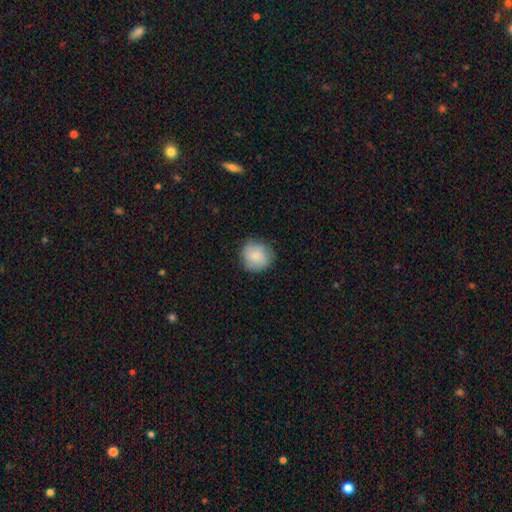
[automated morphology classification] The model was most divided on "merging": none: 81%, minor disturbance: 15%, major disturbance: 3%, merger: 1%. More confident: how rounded — round (89%); smooth or featured — smooth (82%).